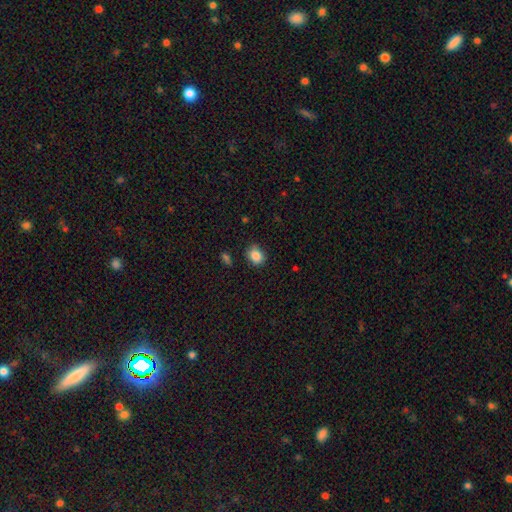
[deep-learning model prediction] A smooth galaxy with no disk features (85%) that is round (57%).

Vote fractions:
- Smooth or featured? smooth: 85% / star or artifact: 10% / featured or disk: 5%
- How rounded? round: 57% / in between: 42% / cigar-shaped: 1%
- Merging? none: 73% / minor disturbance: 20% / major disturbance: 4% / merger: 2%